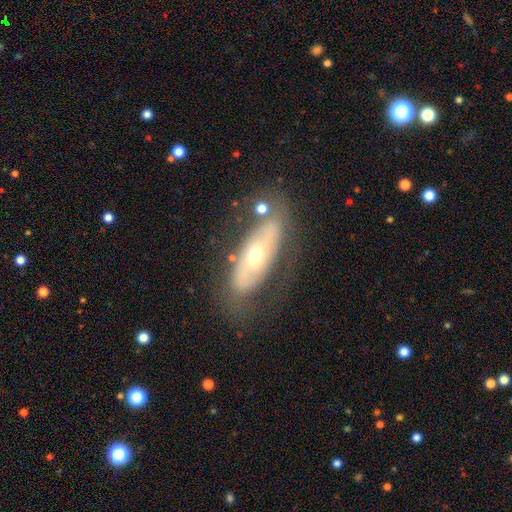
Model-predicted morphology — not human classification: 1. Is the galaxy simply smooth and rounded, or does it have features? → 61% featured or disk, 32% smooth, 7% star or artifact.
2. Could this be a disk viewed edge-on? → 78% no, 22% yes.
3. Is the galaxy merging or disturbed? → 69% none, 17% minor disturbance, 11% major disturbance, 4% merger.